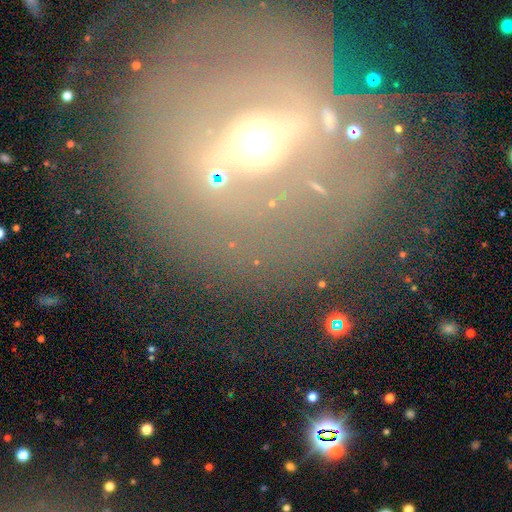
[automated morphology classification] Smooth or featured? Predicted: featured or disk (p=0.66). Edge-on disk? Predicted: no (p=0.85). Bar? Predicted: strong (p=0.41). Spiral arms? Predicted: no (p=0.59). Bulge size? Predicted: moderate (p=0.63). Merging? Predicted: none (p=0.67).